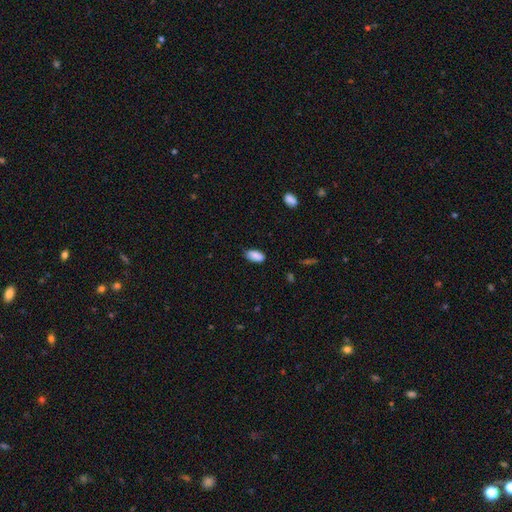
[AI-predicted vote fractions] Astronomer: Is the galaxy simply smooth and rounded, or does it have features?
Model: smooth — 87%.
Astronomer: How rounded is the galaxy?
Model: in between — 93%.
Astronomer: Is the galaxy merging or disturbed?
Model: none — 78%.